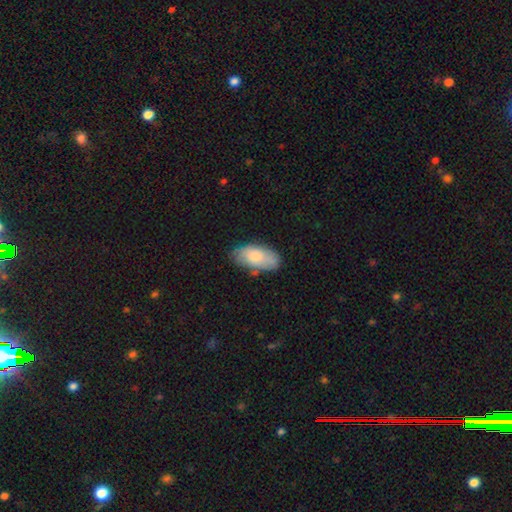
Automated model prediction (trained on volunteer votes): Q: Smooth or featured?
A: smooth (73%); runner-up: featured or disk (21%)
Q: How rounded?
A: in between (93%); runner-up: cigar-shaped (5%)
Q: Merging?
A: none (71%); runner-up: minor disturbance (23%)